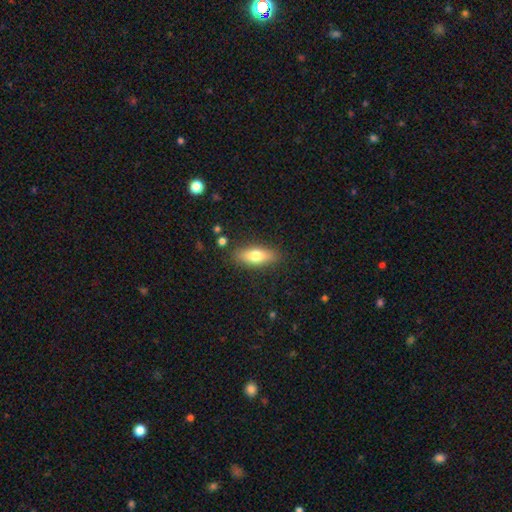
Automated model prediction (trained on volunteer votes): smooth_or_featured: smooth (p=0.72) [alt: featured or disk p=0.21]
how_rounded: in between (p=0.69) [alt: cigar-shaped p=0.28]
merging: none (p=0.85) [alt: minor disturbance p=0.10]